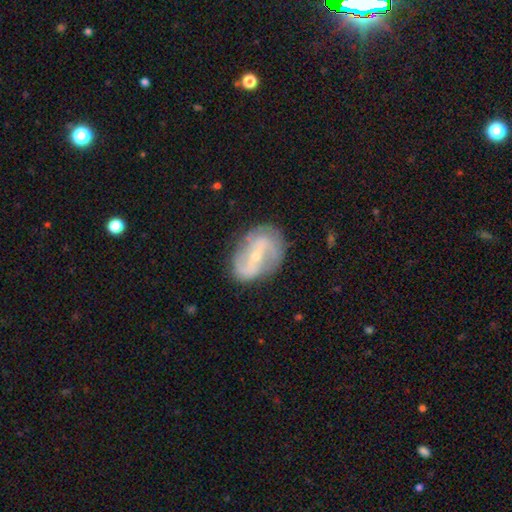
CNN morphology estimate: Overall: featured or disk (79%). Edge-on disk: no (96%). Bar: strong (41%; weak 35%). Spiral arms: yes (86%). Spiral arm count: 2 (83%). Spiral winding: loose (41%; medium 38%). Bulge size: small (69%). Merging: none (76%).